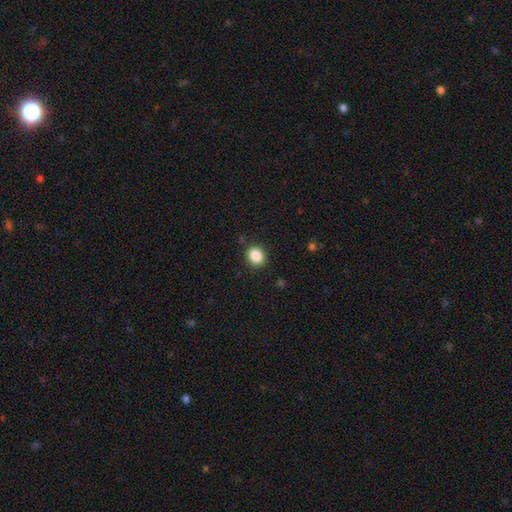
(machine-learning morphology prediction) A smooth galaxy with no disk features (87%) that is round (59%).

Vote fractions:
- Smooth or featured? smooth: 87% / star or artifact: 10% / featured or disk: 4%
- How rounded? round: 59% / in between: 40% / cigar-shaped: 1%
- Merging? none: 88% / minor disturbance: 8% / major disturbance: 2% / merger: 1%